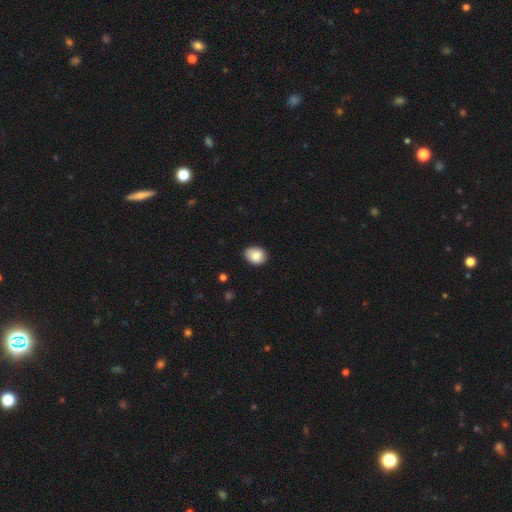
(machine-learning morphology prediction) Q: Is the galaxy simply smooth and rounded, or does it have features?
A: smooth — 87%.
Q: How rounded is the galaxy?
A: in between — 60%.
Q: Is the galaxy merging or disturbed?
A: none — 82%.